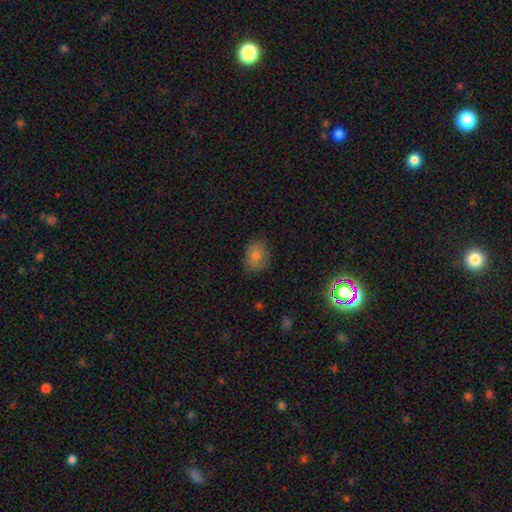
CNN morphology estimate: A smooth galaxy with no disk features (69%) that is in between round and cigar-shaped (58%). Merging: none (81%).